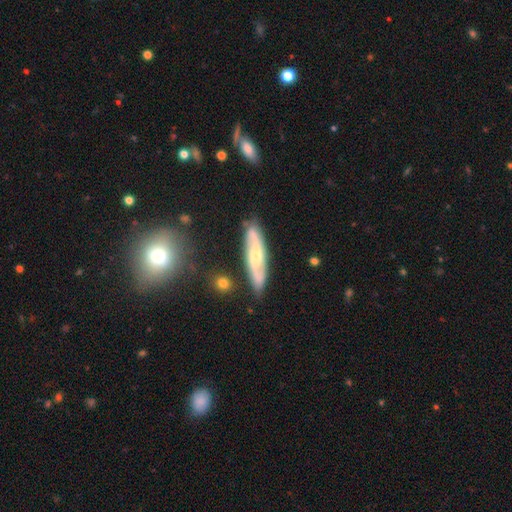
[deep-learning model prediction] smooth-or-featured: featured or disk: 77% | smooth: 18% | star or artifact: 5%
  disk-edge-on: no: 76% | yes: 24%
    bar: weak: 42% | no: 33% | strong: 26%
    has-spiral-arms: yes: 92% | no: 8%
      spiral-winding: medium: 46% | loose: 30% | tight: 24%
      spiral-arm-count: 2: 86% | can't tell: 9% | 3: 2% | 1: 2% | 4: 1% | more than 4: 1%
    bulge-size: moderate: 53% | small: 35% | large: 7% | none: 4% | dominant: 1%
  merging: none: 80% | minor disturbance: 14% | major disturbance: 3% | merger: 3%